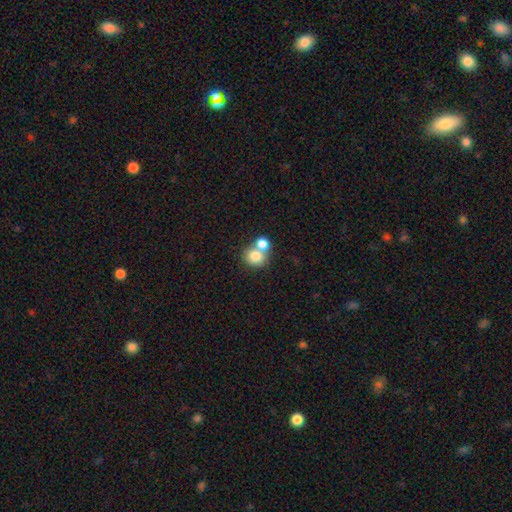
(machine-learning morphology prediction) type=smooth (78%); roundness=round (78%); merging=merger (52%).